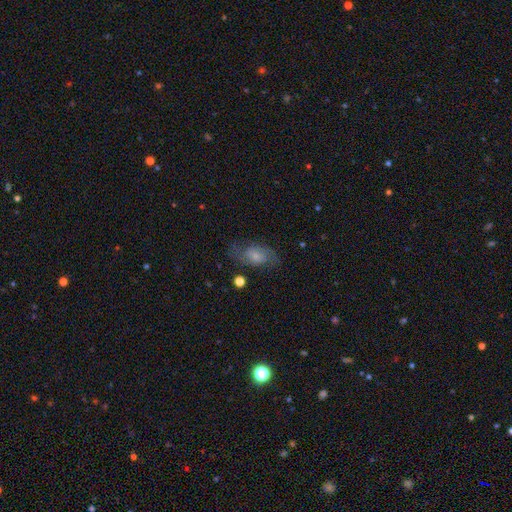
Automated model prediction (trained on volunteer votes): Smooth or featured? Predicted: featured or disk (p=0.55). Edge-on disk? Predicted: no (p=0.94). Bar? Predicted: no (p=0.60). Spiral arms? Predicted: yes (p=0.84). Bulge size? Predicted: small (p=0.47). Merging? Predicted: none (p=0.68).